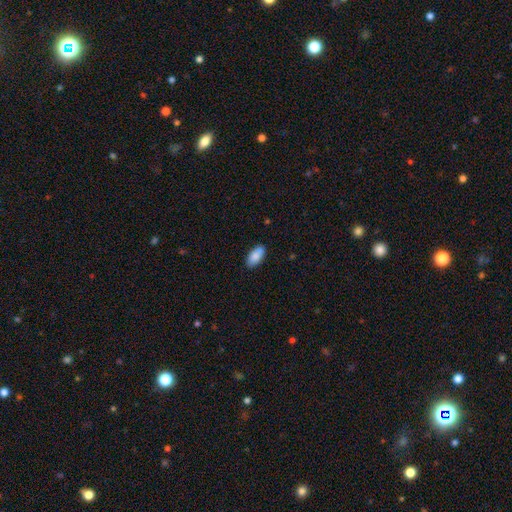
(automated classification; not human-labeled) The model was most divided on "merging": none: 86%, minor disturbance: 10%, major disturbance: 2%, merger: 1%. More confident: how rounded — in between (90%); smooth or featured — smooth (87%).